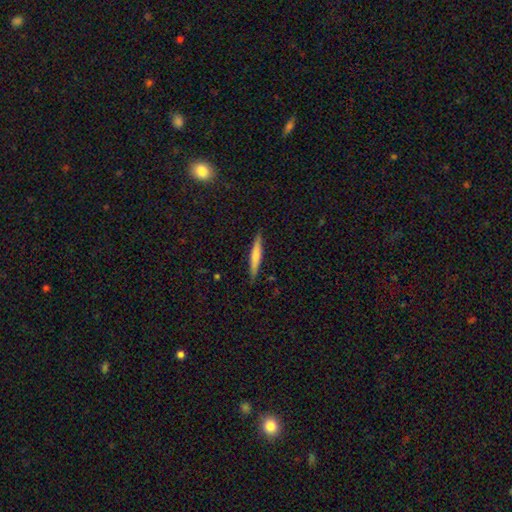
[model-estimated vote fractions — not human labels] A smooth galaxy with no disk features (65%) that is cigar-shaped (93%).

Vote fractions:
- Smooth or featured? smooth: 65% / featured or disk: 30% / star or artifact: 6%
- How rounded? cigar-shaped: 93% / in between: 5% / round: 1%
- Merging? none: 89% / minor disturbance: 8% / major disturbance: 2% / merger: 1%